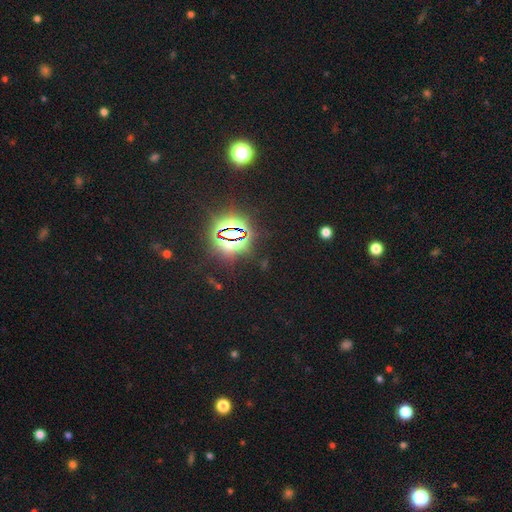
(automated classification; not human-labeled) Smooth or featured? Predicted: star or artifact (p=0.84).